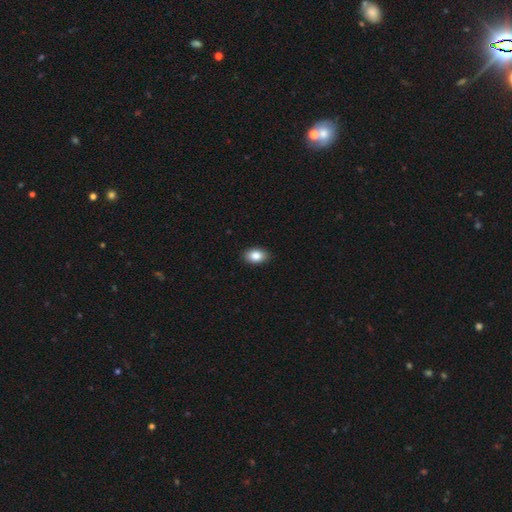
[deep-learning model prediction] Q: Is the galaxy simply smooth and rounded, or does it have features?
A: smooth — 86%.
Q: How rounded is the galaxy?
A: in between — 85%.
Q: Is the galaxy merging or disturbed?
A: none — 89%.